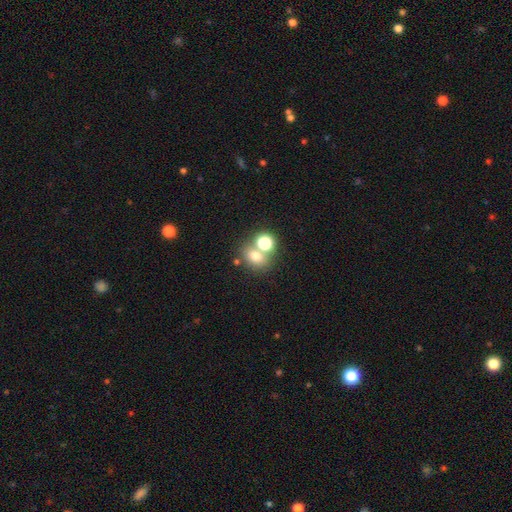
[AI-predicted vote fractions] Smooth or featured: smooth — 70% (star or artifact — 18%)
How rounded: round — 58% (in between — 41%)
Merging: none — 53% (merger — 33%)